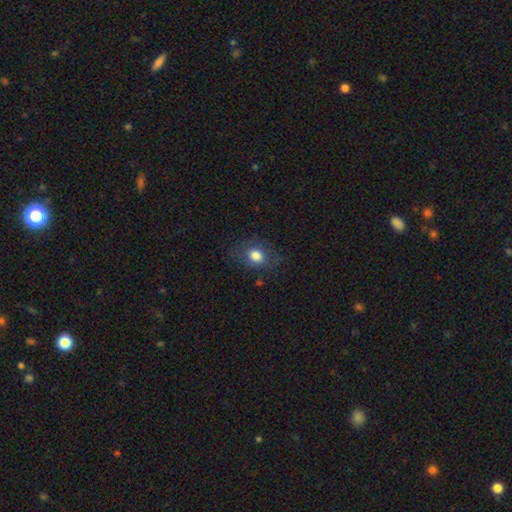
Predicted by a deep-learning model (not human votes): Q: Smooth or featured?
A: smooth (80%); runner-up: star or artifact (10%)
Q: How rounded?
A: round (53%); runner-up: in between (46%)
Q: Merging?
A: none (77%); runner-up: minor disturbance (15%)